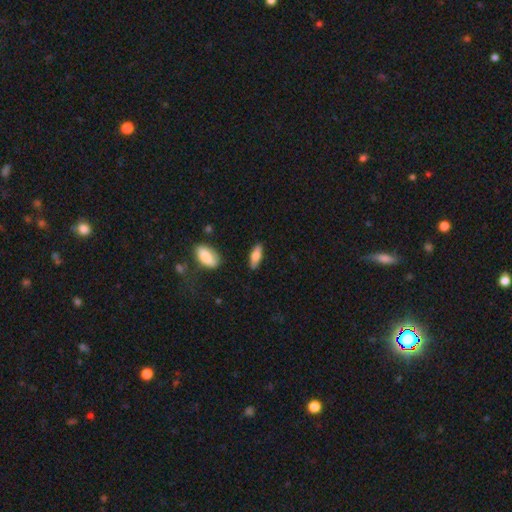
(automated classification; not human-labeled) This is likely a smooth galaxy (69%). How rounded: likely in between (65%). Merging: clearly none (85%).